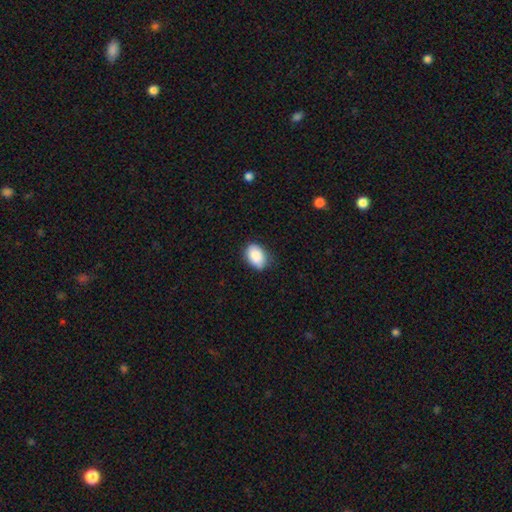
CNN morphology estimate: Smooth or featured: smooth — 89% (star or artifact — 7%)
How rounded: in between — 87% (round — 12%)
Merging: none — 79% (minor disturbance — 17%)